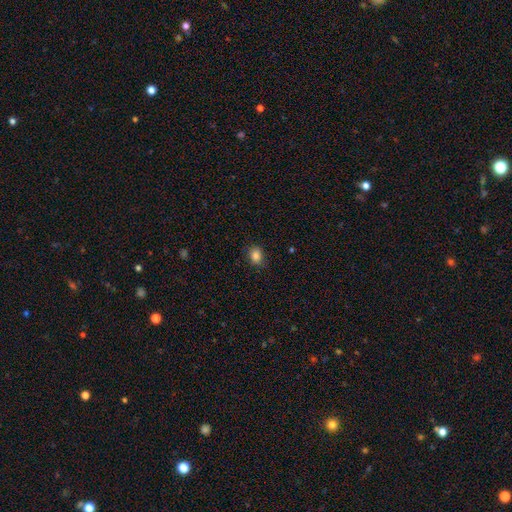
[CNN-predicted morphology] type=smooth (85%); roundness=round (52%); merging=none (86%).